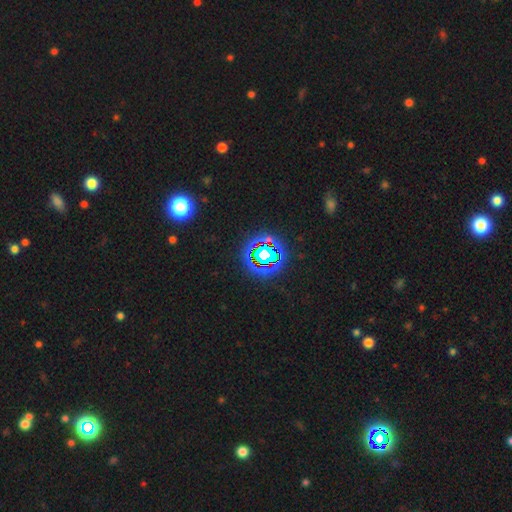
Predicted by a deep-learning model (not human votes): This is likely a star or artifact rather than a galaxy (77%).